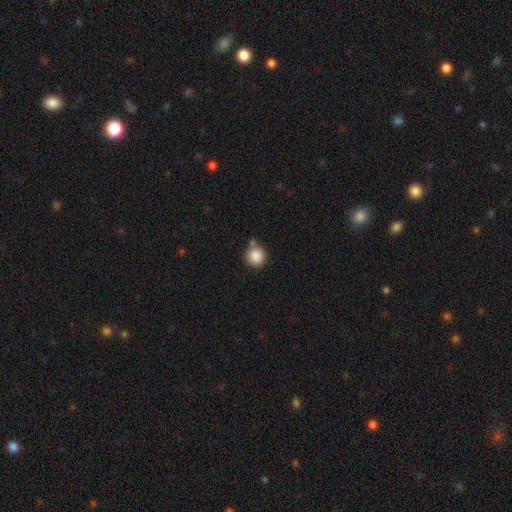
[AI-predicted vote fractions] Q: Smooth or featured?
A: smooth (87%); runner-up: star or artifact (9%)
Q: How rounded?
A: round (93%); runner-up: in between (6%)
Q: Merging?
A: none (71%); runner-up: merger (14%)